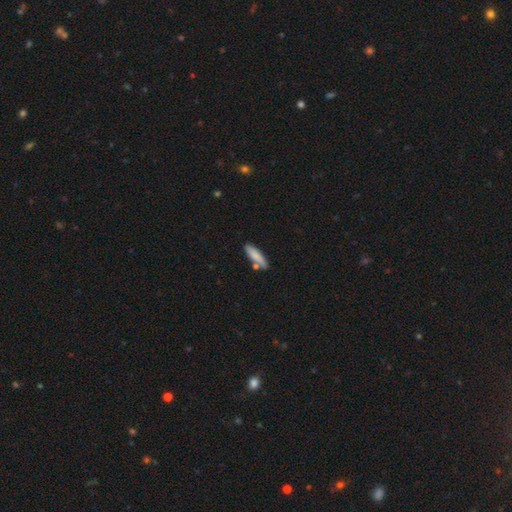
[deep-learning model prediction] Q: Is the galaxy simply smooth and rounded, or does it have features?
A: smooth — 81%.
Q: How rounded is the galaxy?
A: cigar-shaped — 65%.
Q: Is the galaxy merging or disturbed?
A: none — 69%.